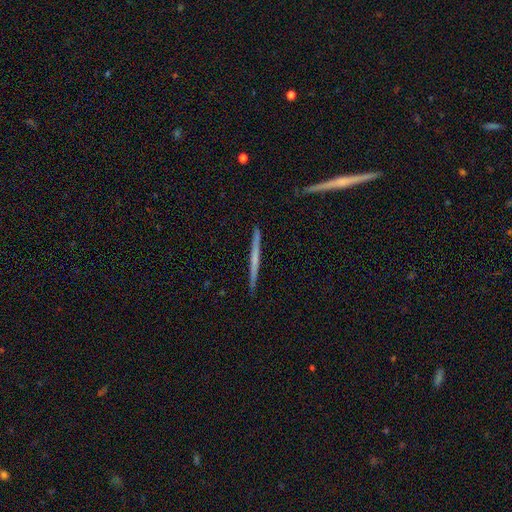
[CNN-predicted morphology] smooth_or_featured: featured or disk (p=0.61) [alt: smooth p=0.30]
disk_edge_on: yes (p=0.98) [alt: no p=0.02]
edge_on_bulge: none (p=0.75) [alt: rounded p=0.19]
merging: none (p=0.90) [alt: minor disturbance p=0.07]